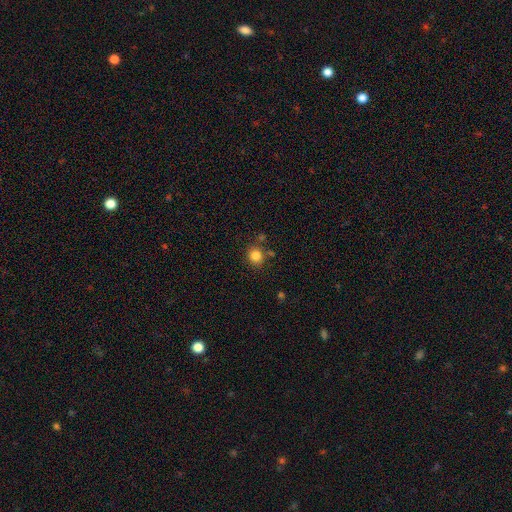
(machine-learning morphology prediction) smooth 83%, star or artifact 12%, featured or disk 5%. Down the decision tree: how rounded — round (84%); merging — none (80%).